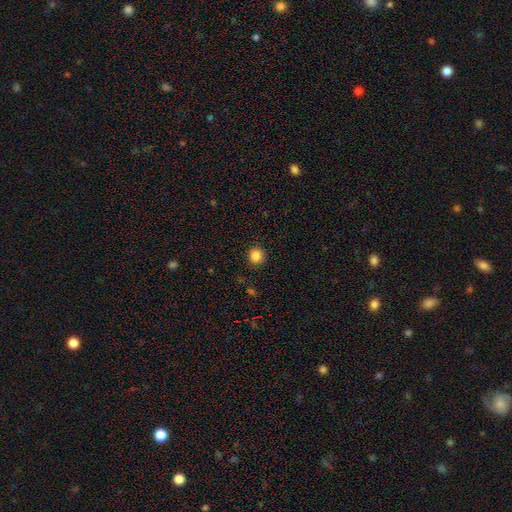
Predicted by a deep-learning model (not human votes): Morphology: type=smooth (85%); roundness=round (88%); merging=none (91%).